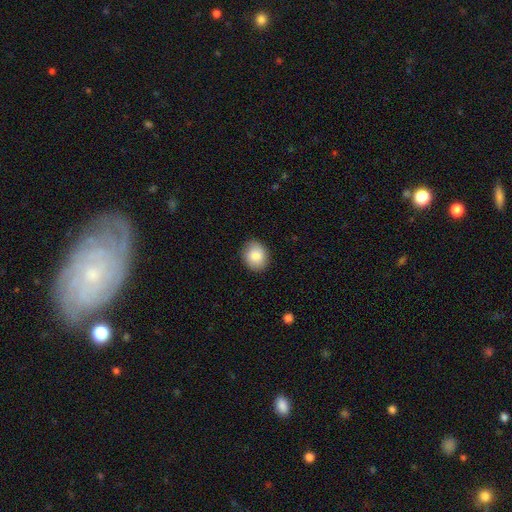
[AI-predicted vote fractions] Overall: smooth (86%). How rounded: round (58%; in between 41%). Merging: none (88%).